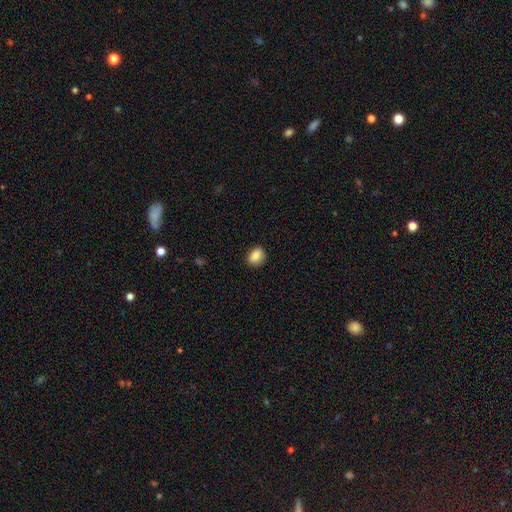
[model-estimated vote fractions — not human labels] The model was most divided on "how rounded": in between: 60%, round: 39%, cigar-shaped: 1%. More confident: smooth or featured — smooth (87%); merging — none (86%).